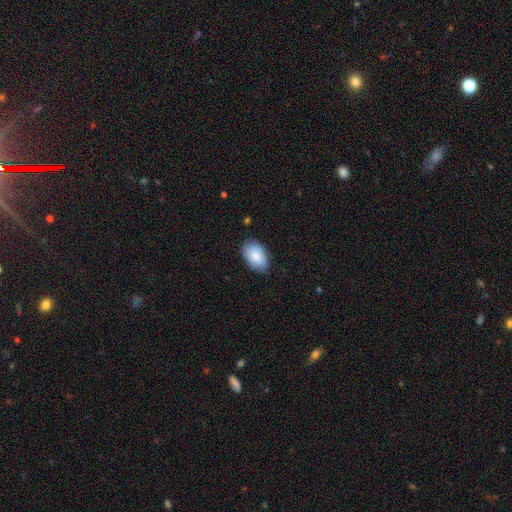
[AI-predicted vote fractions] This appears to be a smooth galaxy with no disk features (86%) that is in between round and cigar-shaped (92%). Merging: none (83%).